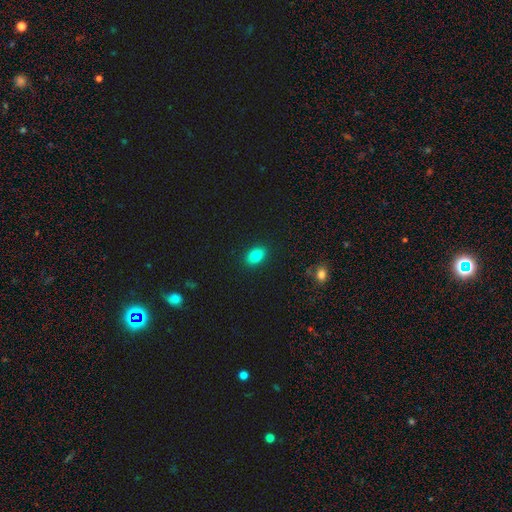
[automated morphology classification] smooth_or_featured: smooth (p=0.83) [alt: star or artifact p=0.10]
how_rounded: in between (p=0.84) [alt: round p=0.14]
merging: none (p=0.89) [alt: minor disturbance p=0.08]